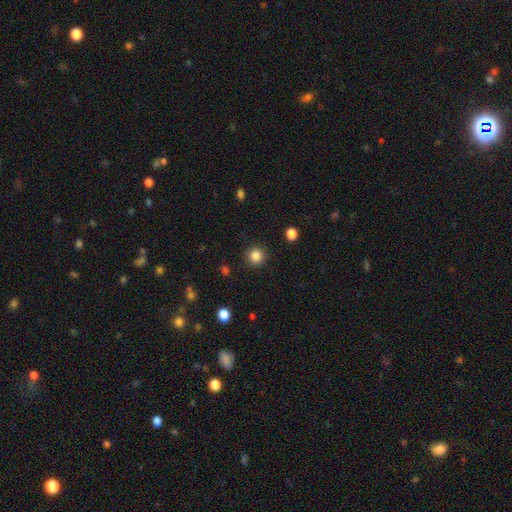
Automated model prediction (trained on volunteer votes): This is clearly a smooth galaxy (84%). How rounded: clearly round (94%). Merging: clearly none (92%).